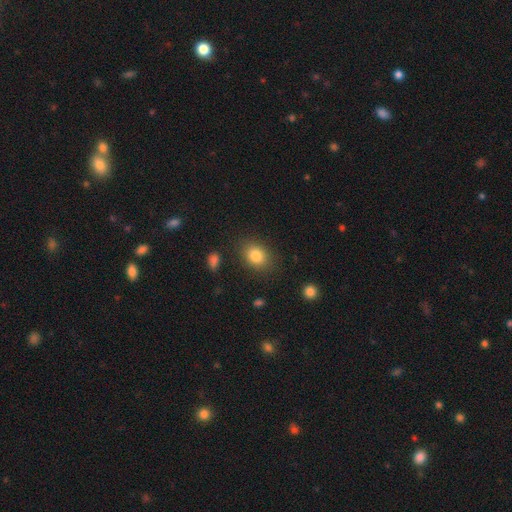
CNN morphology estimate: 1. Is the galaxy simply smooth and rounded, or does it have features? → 83% smooth, 9% star or artifact, 7% featured or disk.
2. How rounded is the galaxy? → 58% in between, 41% round, 1% cigar-shaped.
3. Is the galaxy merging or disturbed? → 83% none, 11% minor disturbance, 4% major disturbance, 2% merger.